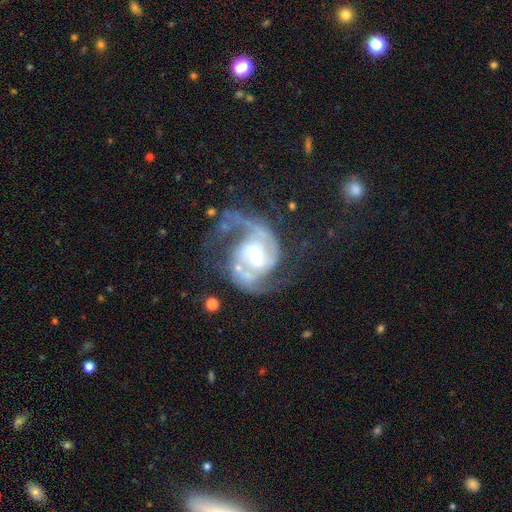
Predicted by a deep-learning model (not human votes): This is clearly a featured or disk galaxy (91%). It is clearly not viewed edge-on (98%). Bar: possibly no (52%). Spiral arm pattern: clearly yes (97%). Spiral arm count: clearly 2 (87%). Spiral winding: possibly medium (54%). Central bulge: possibly moderate (60%). Merging: possibly none (58%).